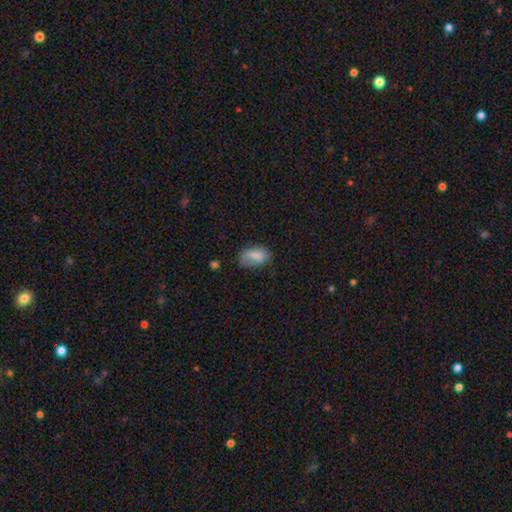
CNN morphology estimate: type=smooth (82%); roundness=in between (91%); merging=none (56%).